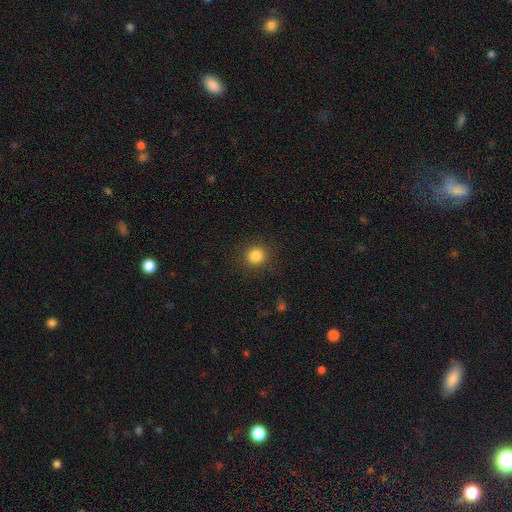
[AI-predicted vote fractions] Smooth or featured? Predicted: smooth (p=0.84). How rounded? Predicted: round (p=0.93). Merging? Predicted: none (p=0.90).